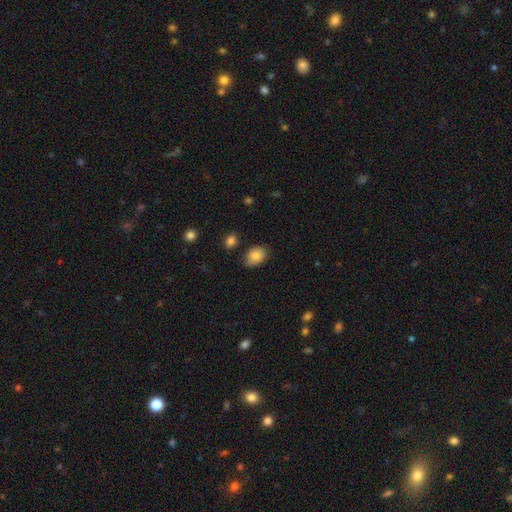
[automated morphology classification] smooth 83%, featured or disk 9%, star or artifact 8%. Down the decision tree: how rounded — in between (73%); merging — none (66%).